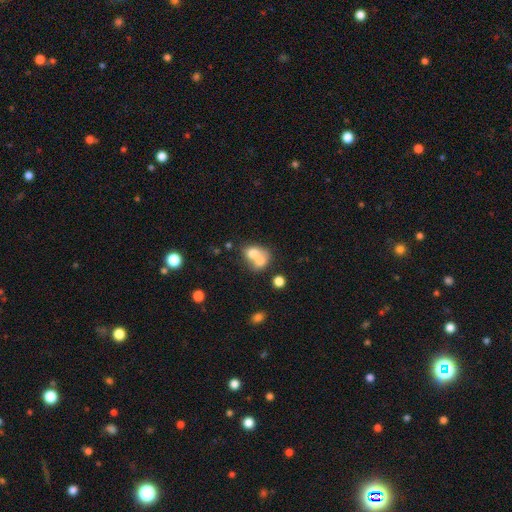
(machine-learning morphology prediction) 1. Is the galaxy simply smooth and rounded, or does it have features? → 70% smooth, 21% featured or disk, 9% star or artifact.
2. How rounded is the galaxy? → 55% in between, 44% round, 1% cigar-shaped.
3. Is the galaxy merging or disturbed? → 72% merger, 18% none, 6% minor disturbance, 4% major disturbance.